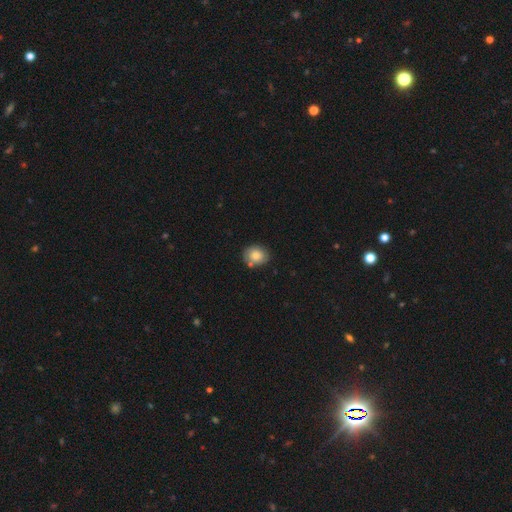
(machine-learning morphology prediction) Q: Smooth or featured?
A: smooth (78%); runner-up: featured or disk (14%)
Q: How rounded?
A: round (66%); runner-up: in between (34%)
Q: Merging?
A: none (74%); runner-up: minor disturbance (15%)